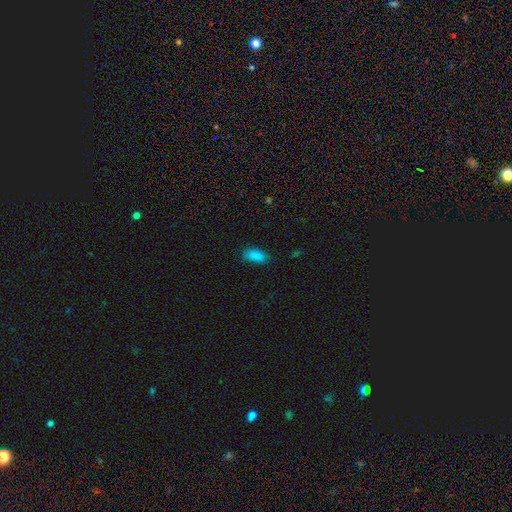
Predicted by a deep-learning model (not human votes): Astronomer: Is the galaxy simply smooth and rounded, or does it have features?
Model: smooth — 88%.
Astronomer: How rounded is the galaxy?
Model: in between — 89%.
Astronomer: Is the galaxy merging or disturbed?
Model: none — 81%.